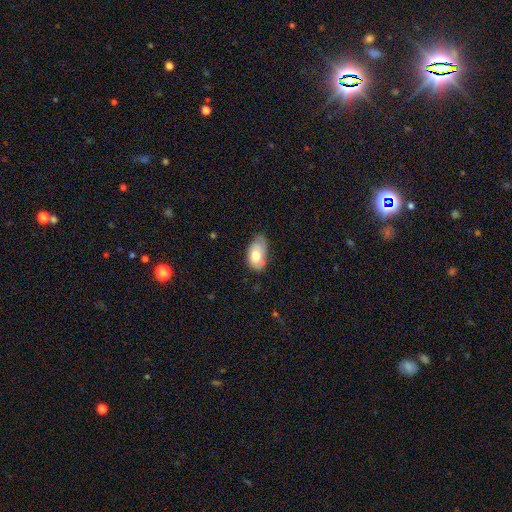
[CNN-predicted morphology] A smooth galaxy with no disk features (68%) that is in between round and cigar-shaped (91%).

Vote fractions:
- Smooth or featured? smooth: 68% / featured or disk: 25% / star or artifact: 7%
- How rounded? in between: 91% / round: 7% / cigar-shaped: 2%
- Merging? minor disturbance: 43% / none: 40% / major disturbance: 14% / merger: 3%